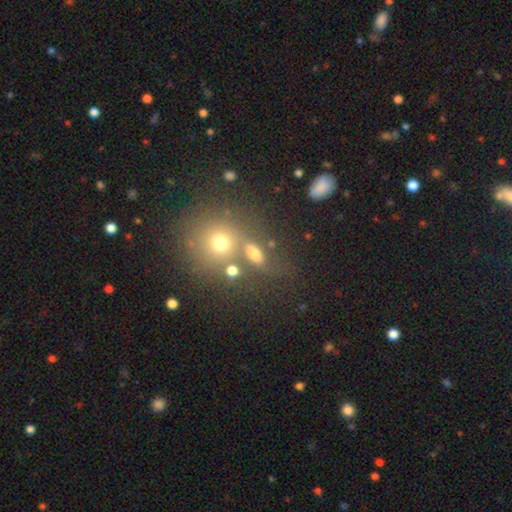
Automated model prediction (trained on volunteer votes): This is likely a smooth galaxy (66%). How rounded: likely in between (60%). Merging: possibly none (53%).